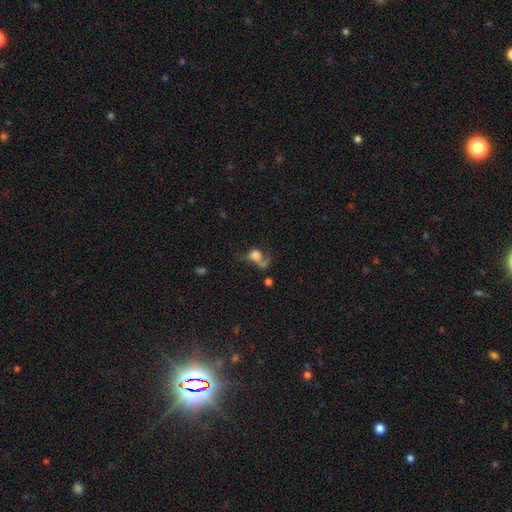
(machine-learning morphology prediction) Smooth or featured? Predicted: smooth (p=0.56). How rounded? Predicted: round (p=0.57). Merging? Predicted: major disturbance (p=0.44).